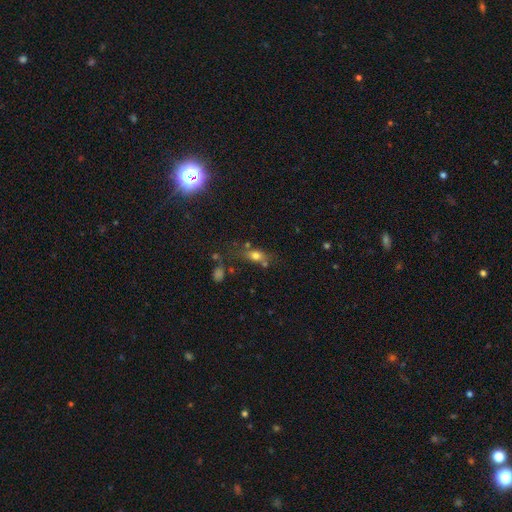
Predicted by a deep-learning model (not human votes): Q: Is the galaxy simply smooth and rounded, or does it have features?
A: smooth — 68%.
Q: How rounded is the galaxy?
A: in between — 65%.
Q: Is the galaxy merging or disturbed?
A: none — 56%.